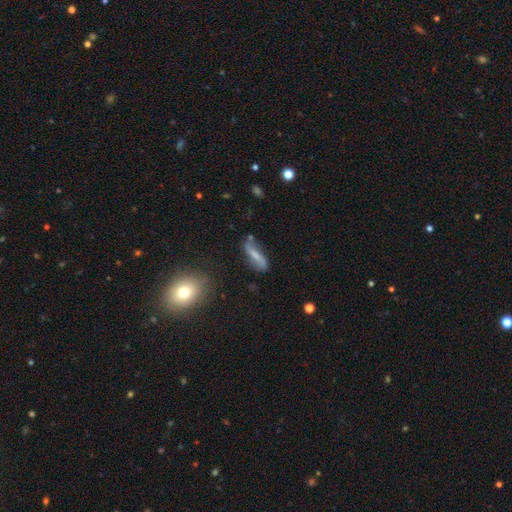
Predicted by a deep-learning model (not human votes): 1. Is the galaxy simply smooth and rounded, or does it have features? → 53% featured or disk, 38% smooth, 8% star or artifact.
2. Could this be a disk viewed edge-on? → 75% no, 25% yes.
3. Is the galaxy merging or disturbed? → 62% none, 24% minor disturbance, 9% major disturbance, 5% merger.